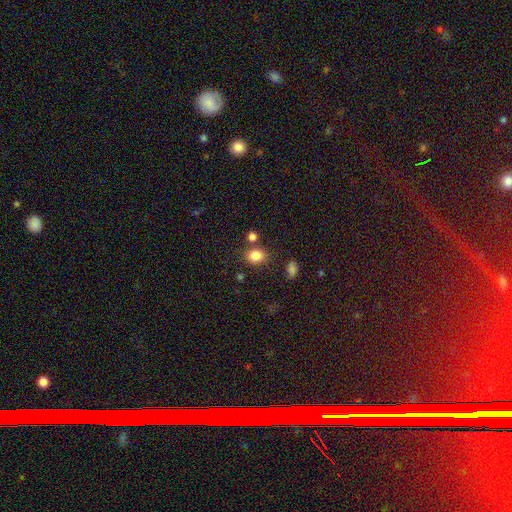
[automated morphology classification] Smooth or featured? smooth (83%)
How rounded? round (55%)
Merging? none (74%)